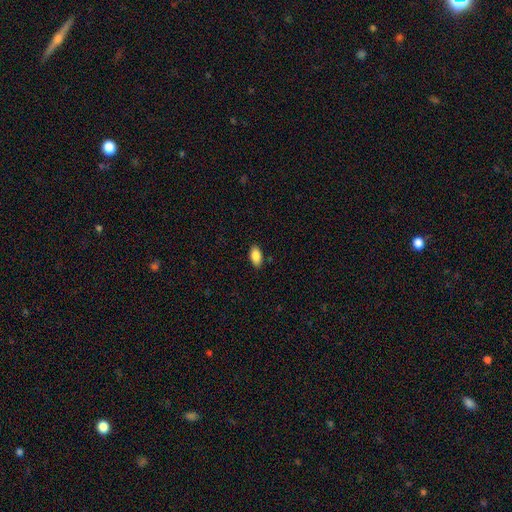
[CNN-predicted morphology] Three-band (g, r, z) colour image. It shows a smooth galaxy with no disk features (87%) that is in between round and cigar-shaped (93%). Merging: none (87%).